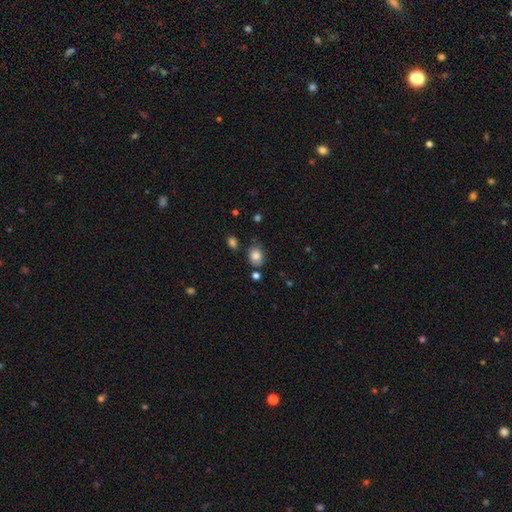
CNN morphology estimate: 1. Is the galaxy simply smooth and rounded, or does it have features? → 82% smooth, 10% star or artifact, 8% featured or disk.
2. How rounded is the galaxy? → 50% in between, 49% round, 1% cigar-shaped.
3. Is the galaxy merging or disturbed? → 71% none, 19% minor disturbance, 5% merger, 4% major disturbance.